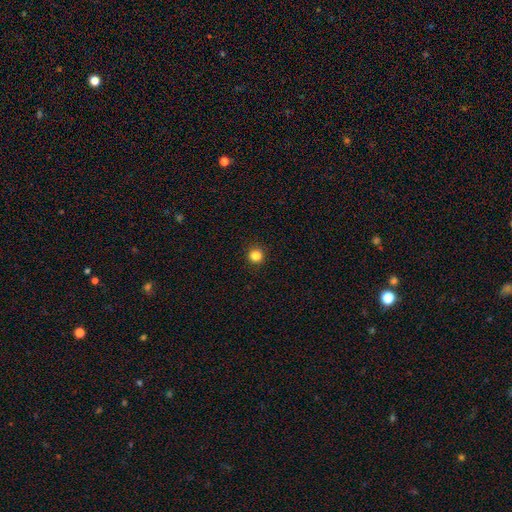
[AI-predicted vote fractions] Smooth or featured? Predicted: smooth (p=0.84). How rounded? Predicted: round (p=0.95). Merging? Predicted: none (p=0.93).